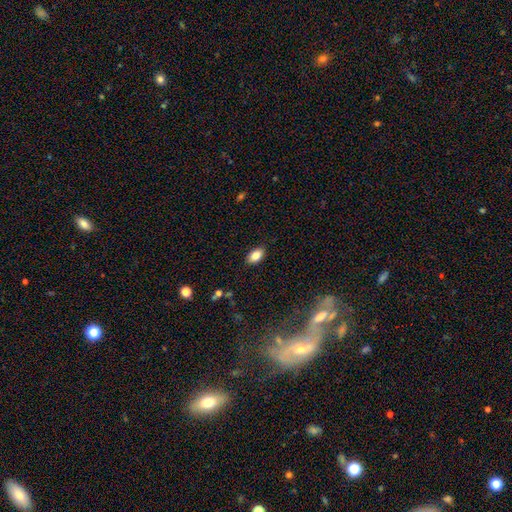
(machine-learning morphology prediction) A smooth galaxy with no disk features (82%) that is in between round and cigar-shaped (91%). Merging: none (87%).